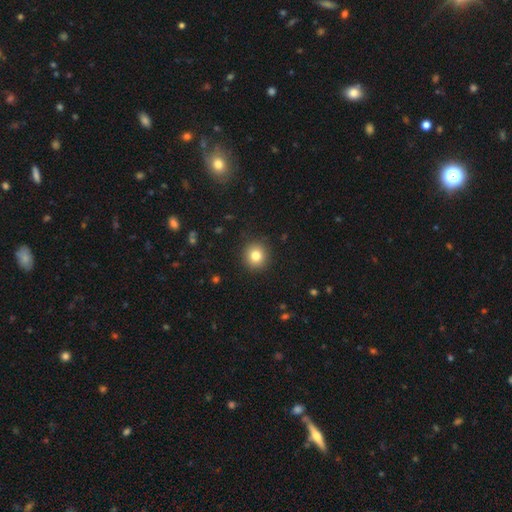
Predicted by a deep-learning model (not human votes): Q: Smooth or featured?
A: smooth (81%); runner-up: star or artifact (11%)
Q: How rounded?
A: round (92%); runner-up: in between (7%)
Q: Merging?
A: none (91%); runner-up: minor disturbance (6%)